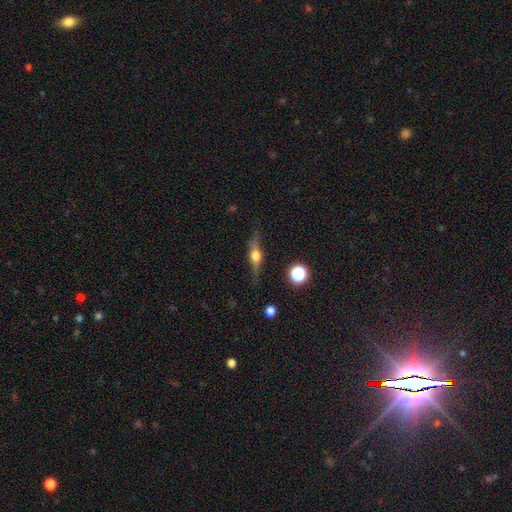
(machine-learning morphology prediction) Overall: featured or disk (66%; smooth 26%). Edge-on disk: yes (95%). Edge-on bulge: rounded (93%). Merging: none (80%).